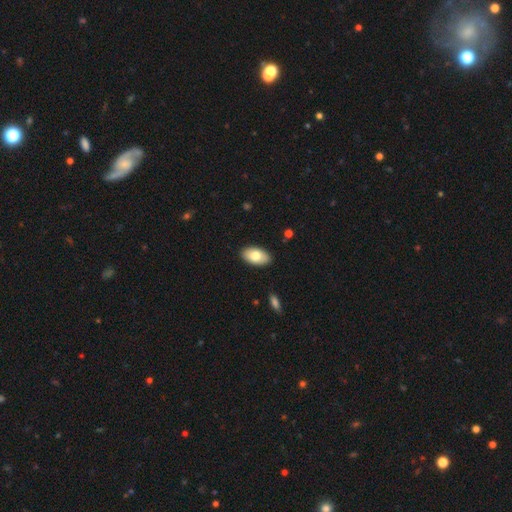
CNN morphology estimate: smooth-or-featured: smooth: 77% | featured or disk: 17% | star or artifact: 6%
  how-rounded: in between: 95% | round: 3% | cigar-shaped: 2%
  merging: none: 89% | minor disturbance: 8% | major disturbance: 2% | merger: 1%